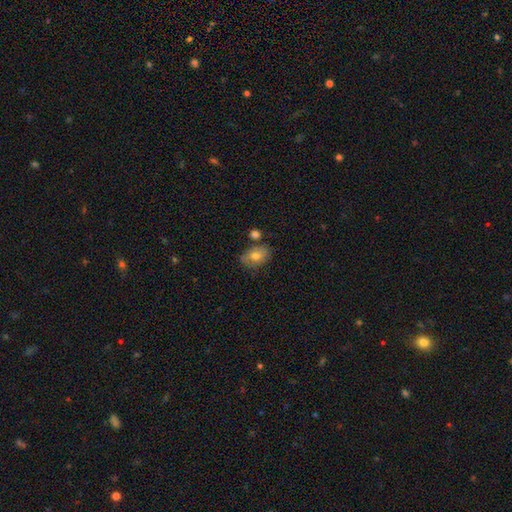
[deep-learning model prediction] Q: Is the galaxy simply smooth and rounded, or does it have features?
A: smooth — 72%.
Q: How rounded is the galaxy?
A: in between — 78%.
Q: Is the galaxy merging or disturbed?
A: none — 65%.